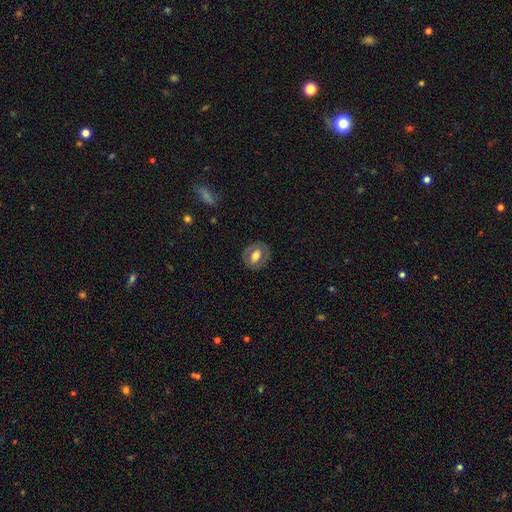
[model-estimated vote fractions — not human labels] This is possibly a smooth galaxy (55%). How rounded: possibly round (50%). Merging: clearly none (83%).